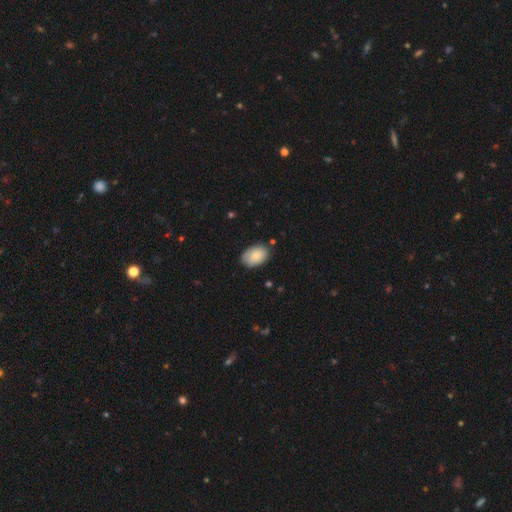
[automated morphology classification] The model was most divided on "merging": none: 80%, minor disturbance: 16%, major disturbance: 3%, merger: 2%. More confident: how rounded — in between (88%); smooth or featured — smooth (86%).